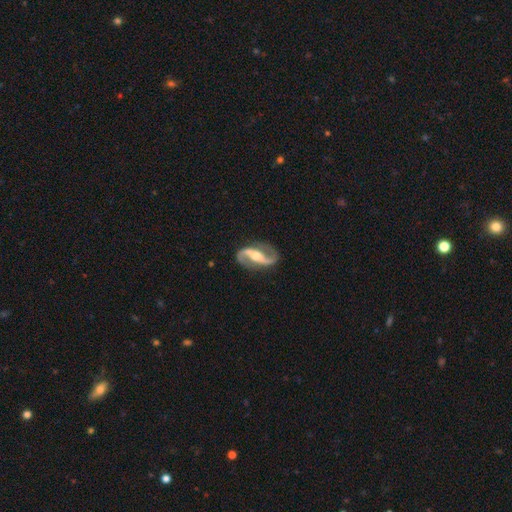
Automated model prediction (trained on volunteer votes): This is clearly a featured or disk galaxy (91%). It is clearly not viewed edge-on (96%). Bar: possibly strong (50%). Spiral arm pattern: clearly yes (96%). Spiral arm count: clearly 2 (94%). Spiral winding: possibly loose (48%). Central bulge: likely moderate (68%). Merging: clearly none (85%).